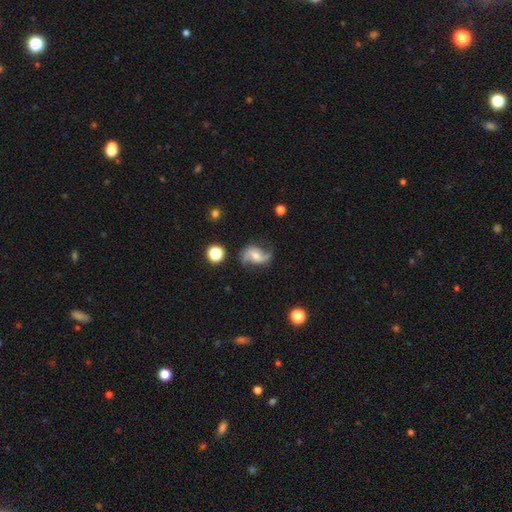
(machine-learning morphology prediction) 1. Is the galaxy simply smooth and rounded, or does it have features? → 82% featured or disk, 11% smooth, 7% star or artifact.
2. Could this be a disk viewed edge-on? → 97% no, 3% yes.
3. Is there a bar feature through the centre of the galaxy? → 51% no, 36% weak, 12% strong.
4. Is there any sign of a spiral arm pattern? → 95% yes, 5% no.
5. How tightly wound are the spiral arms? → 73% loose, 22% medium, 6% tight.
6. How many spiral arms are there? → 91% 2, 3% 1, 3% can't tell, 1% 3, 1% 4, 1% more than 4.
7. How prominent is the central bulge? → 57% moderate, 34% small, 4% large, 3% none, 1% dominant.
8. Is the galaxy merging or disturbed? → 70% none, 19% minor disturbance, 9% major disturbance, 2% merger.